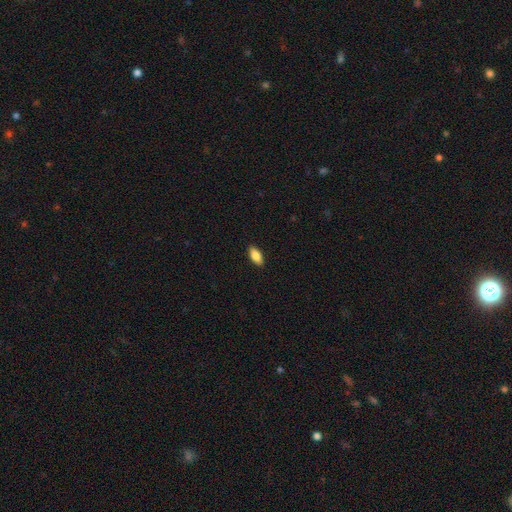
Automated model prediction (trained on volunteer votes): This appears to be a smooth galaxy with no disk features (84%) that is in between round and cigar-shaped (88%). Merging: none (90%).